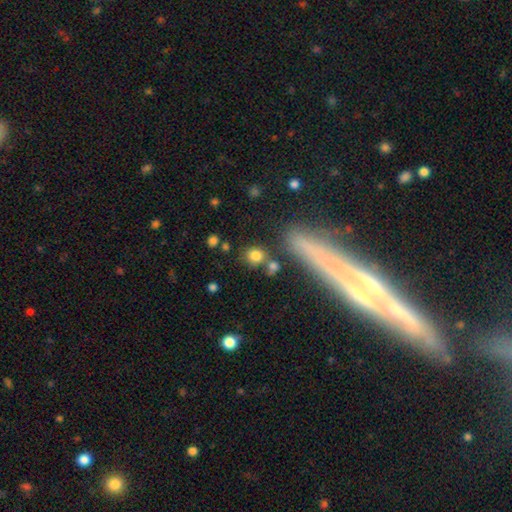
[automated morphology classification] Q: Smooth or featured?
A: smooth (79%); runner-up: star or artifact (13%)
Q: How rounded?
A: round (78%); runner-up: in between (19%)
Q: Merging?
A: none (69%); runner-up: merger (16%)